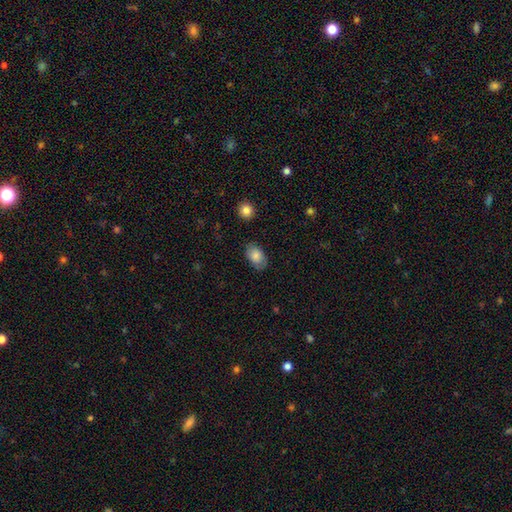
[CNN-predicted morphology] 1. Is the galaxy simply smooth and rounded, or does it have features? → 80% smooth, 12% featured or disk, 7% star or artifact.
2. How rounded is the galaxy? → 88% in between, 11% round, 1% cigar-shaped.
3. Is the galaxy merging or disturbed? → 77% none, 17% minor disturbance, 4% major disturbance, 1% merger.